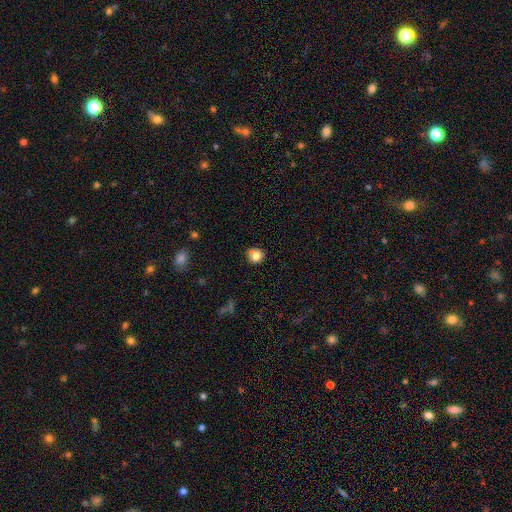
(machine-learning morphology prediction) Smooth or featured? smooth (84%)
How rounded? round (88%)
Merging? none (86%)